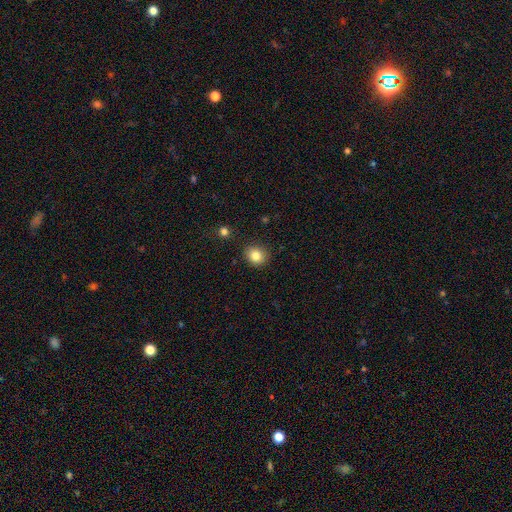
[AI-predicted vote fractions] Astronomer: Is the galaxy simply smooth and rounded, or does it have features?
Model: smooth — 84%.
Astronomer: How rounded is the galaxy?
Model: round — 73%.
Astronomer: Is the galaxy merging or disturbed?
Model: none — 87%.